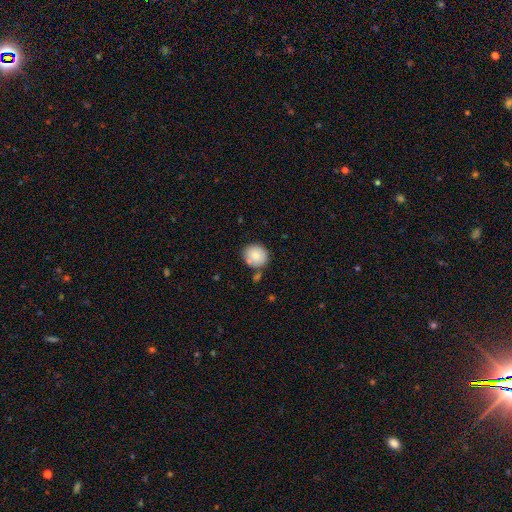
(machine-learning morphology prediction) This appears to be a smooth galaxy with no disk features (80%) that is round (86%). Merging: none (74%).